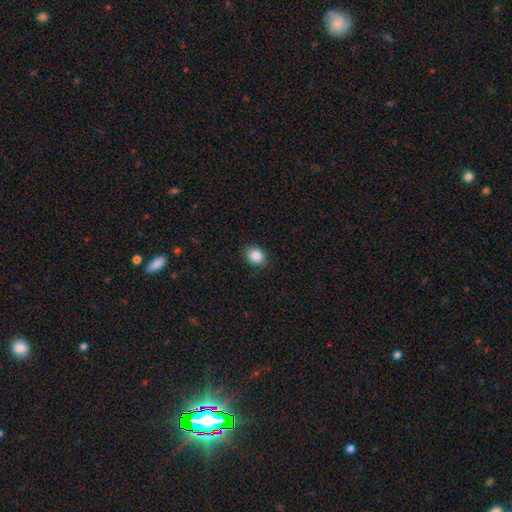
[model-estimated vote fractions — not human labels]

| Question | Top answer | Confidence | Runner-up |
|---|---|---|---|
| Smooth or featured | smooth | 87% | star or artifact (9%) |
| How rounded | round | 50% | in between (49%) |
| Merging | none | 88% | minor disturbance (9%) |